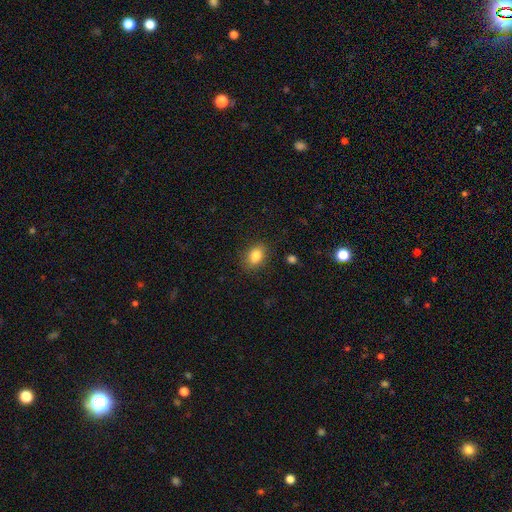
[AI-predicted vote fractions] Smooth or featured: smooth — 84% (star or artifact — 9%)
How rounded: in between — 78% (round — 20%)
Merging: none — 84% (minor disturbance — 11%)